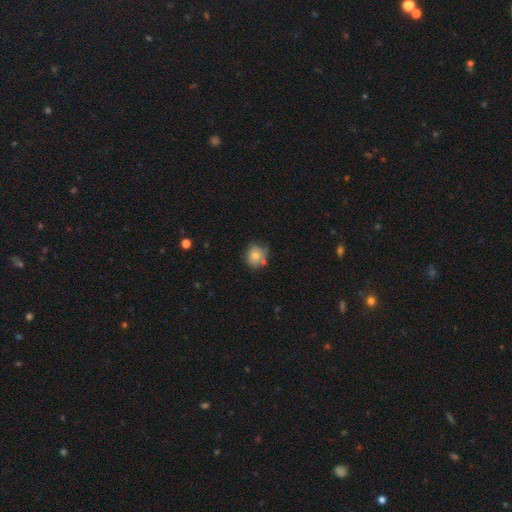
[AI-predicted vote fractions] This appears to be a smooth galaxy with no disk features (76%) that is round (76%). Merging: none (61%).